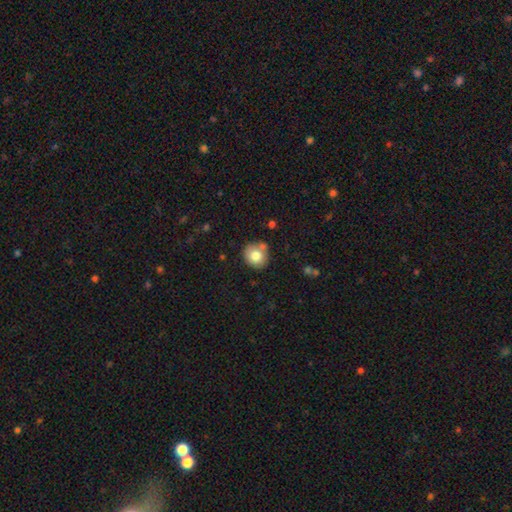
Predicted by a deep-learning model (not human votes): Q: Smooth or featured?
A: smooth (78%); runner-up: featured or disk (12%)
Q: How rounded?
A: round (81%); runner-up: in between (19%)
Q: Merging?
A: none (74%); runner-up: minor disturbance (13%)